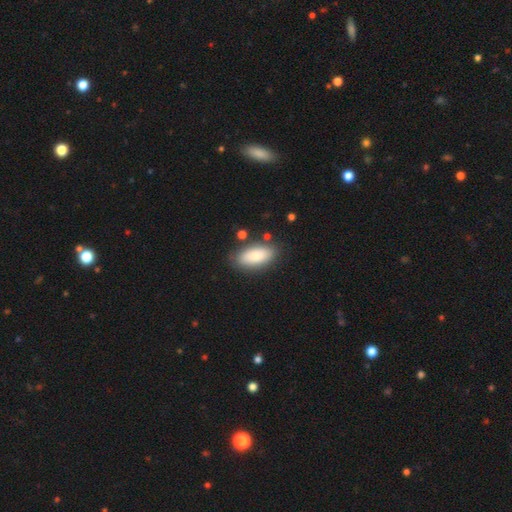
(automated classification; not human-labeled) Smooth or featured? Predicted: smooth (p=0.81). How rounded? Predicted: in between (p=0.89). Merging? Predicted: none (p=0.80).